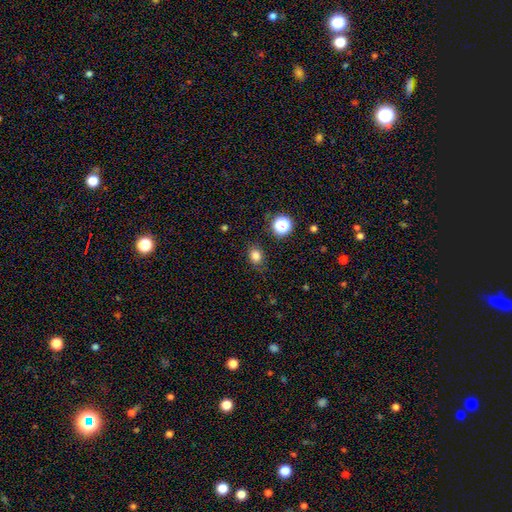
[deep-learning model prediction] The model was most divided on "how rounded": round: 51%, in between: 48%, cigar-shaped: 1%. More confident: smooth or featured — smooth (81%); merging — none (80%).